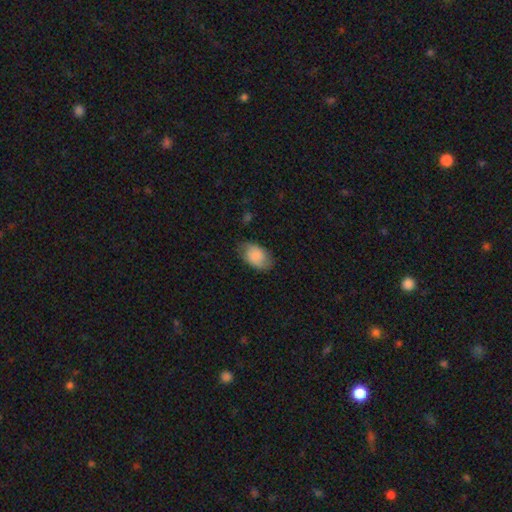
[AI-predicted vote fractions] Smooth or featured? Predicted: smooth (p=0.79). How rounded? Predicted: in between (p=0.90). Merging? Predicted: none (p=0.70).